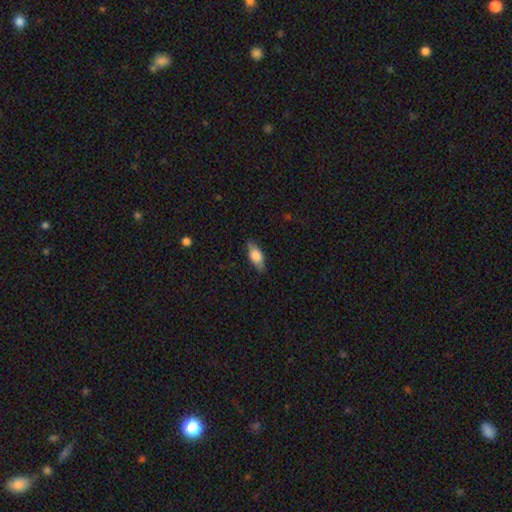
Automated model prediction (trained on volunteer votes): Smooth or featured: smooth — 70% (featured or disk — 23%)
How rounded: in between — 78% (cigar-shaped — 19%)
Merging: none — 83% (minor disturbance — 13%)